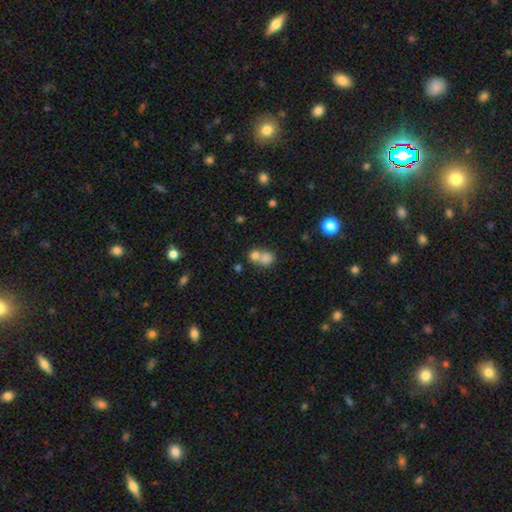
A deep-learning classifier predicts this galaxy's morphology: The model was most divided on "merging": merger: 61%, none: 30%, minor disturbance: 5%, major disturbance: 3%. More confident: smooth or featured — smooth (75%); how rounded — round (73%).